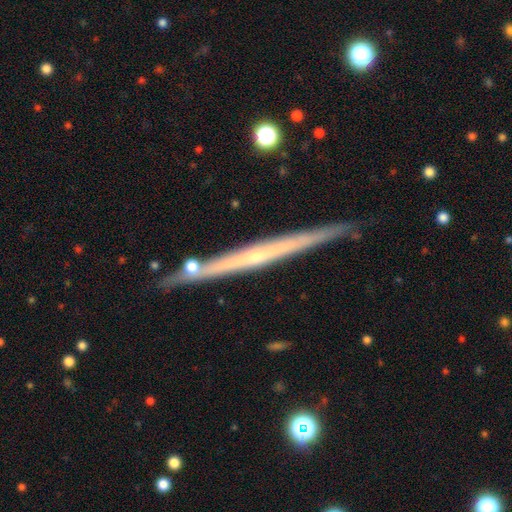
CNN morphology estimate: smooth_or_featured: featured or disk (p=0.74) [alt: smooth p=0.19]
disk_edge_on: yes (p=0.97) [alt: no p=0.03]
edge_on_bulge: none (p=0.61) [alt: rounded p=0.35]
merging: none (p=0.85) [alt: minor disturbance p=0.10]